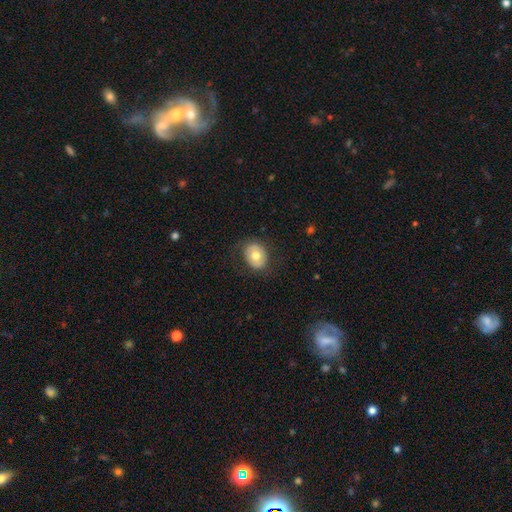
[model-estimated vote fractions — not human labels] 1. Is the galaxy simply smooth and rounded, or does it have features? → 65% smooth, 27% featured or disk, 7% star or artifact.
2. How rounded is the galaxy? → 53% round, 46% in between, 1% cigar-shaped.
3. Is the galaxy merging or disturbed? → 79% none, 14% minor disturbance, 6% major disturbance, 1% merger.